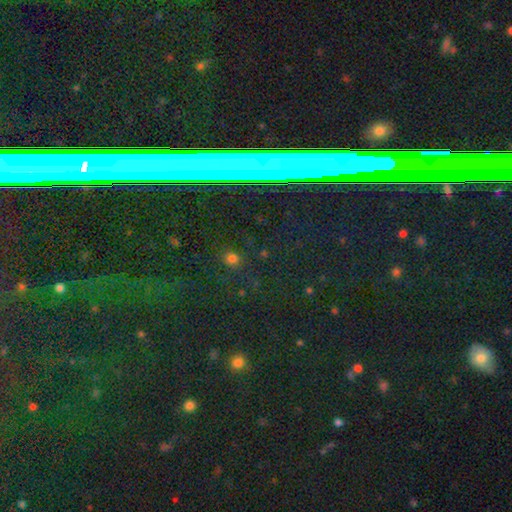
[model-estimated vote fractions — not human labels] smooth_or_featured: star or artifact (p=0.75) [alt: smooth p=0.13]